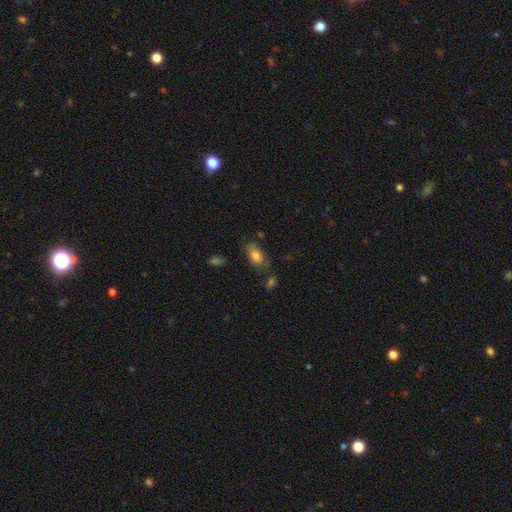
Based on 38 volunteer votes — Volunteers were most divided on "merging": none: 49%, minor disturbance: 34%, merger: 11%, major disturbance: 6%. More confident: how rounded — in between (100%); smooth or featured — smooth (82%).